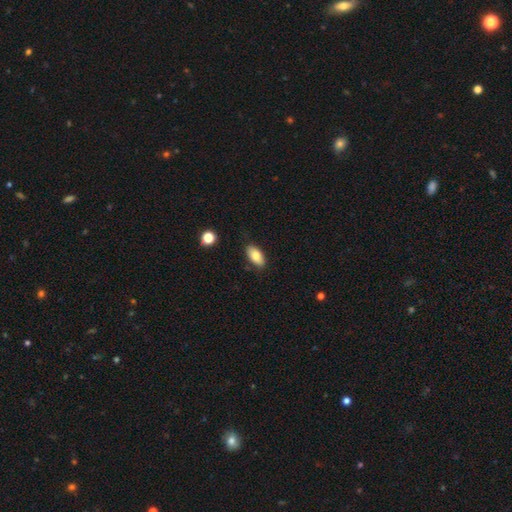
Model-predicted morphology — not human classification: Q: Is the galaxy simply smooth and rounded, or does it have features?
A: smooth — 82%.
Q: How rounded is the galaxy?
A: in between — 92%.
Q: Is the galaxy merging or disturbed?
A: none — 82%.